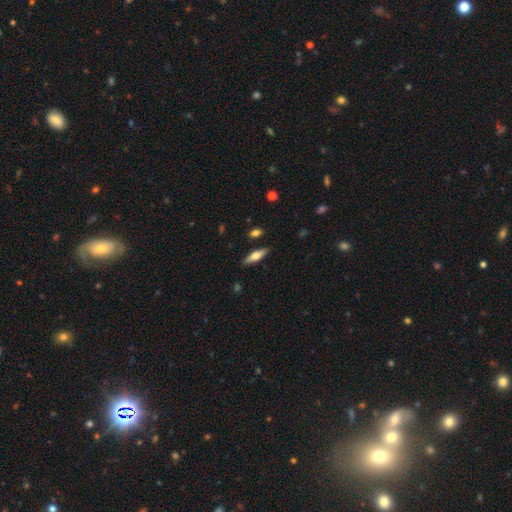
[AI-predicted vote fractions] Morphology: type=smooth (49%); merging=none (87%).